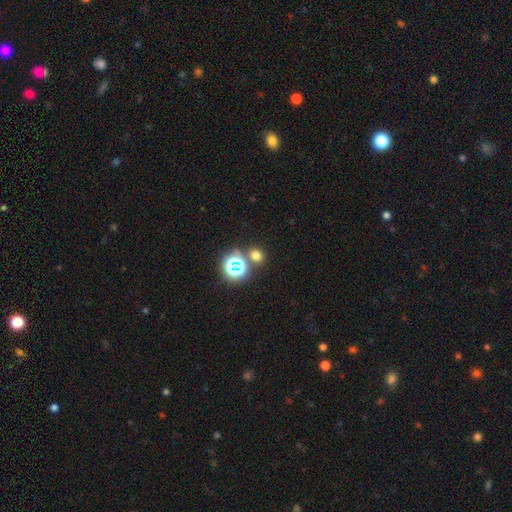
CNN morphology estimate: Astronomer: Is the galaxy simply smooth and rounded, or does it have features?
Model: smooth — 64%.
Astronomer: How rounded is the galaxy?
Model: round — 78%.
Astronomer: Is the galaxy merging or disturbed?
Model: none — 76%.